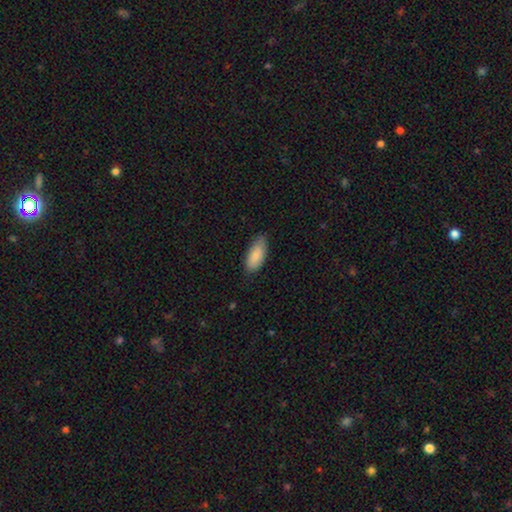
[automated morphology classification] smooth-or-featured: smooth: 87% | featured or disk: 7% | star or artifact: 6%
  how-rounded: in between: 88% | cigar-shaped: 10% | round: 2%
  merging: none: 75% | minor disturbance: 21% | major disturbance: 3% | merger: 1%